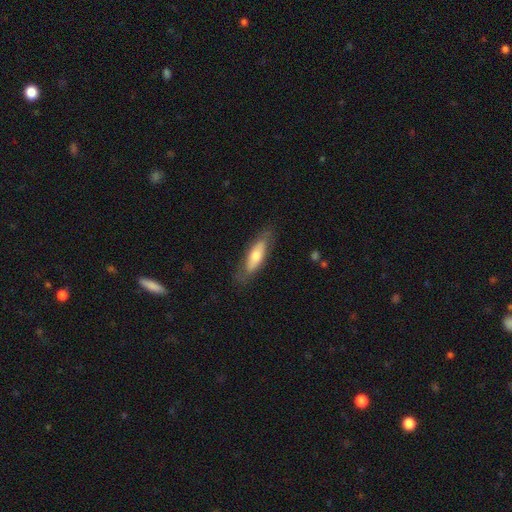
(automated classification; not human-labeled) smooth-or-featured: smooth: 58% | featured or disk: 37% | star or artifact: 6%
  how-rounded: cigar-shaped: 50% | in between: 48% | round: 2%
  merging: none: 77% | minor disturbance: 17% | major disturbance: 5% | merger: 1%